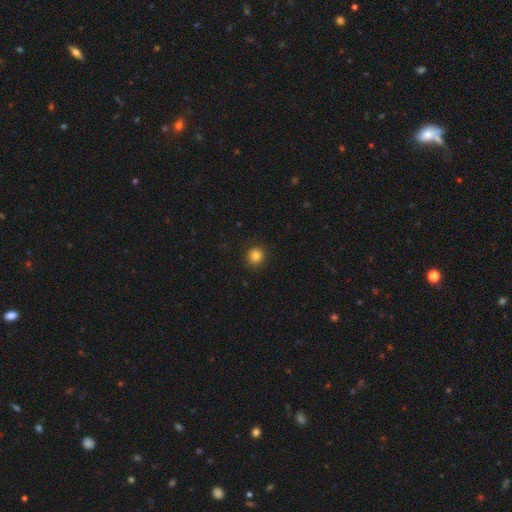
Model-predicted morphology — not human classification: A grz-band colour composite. It shows a smooth galaxy with no disk features (83%) that is round (92%). Merging: none (90%).